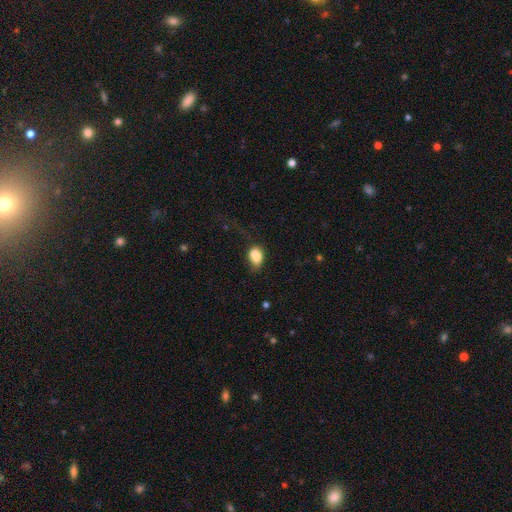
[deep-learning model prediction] This appears to be a smooth galaxy with no disk features (81%) that is in between round and cigar-shaped (78%). Merging: none (35%).